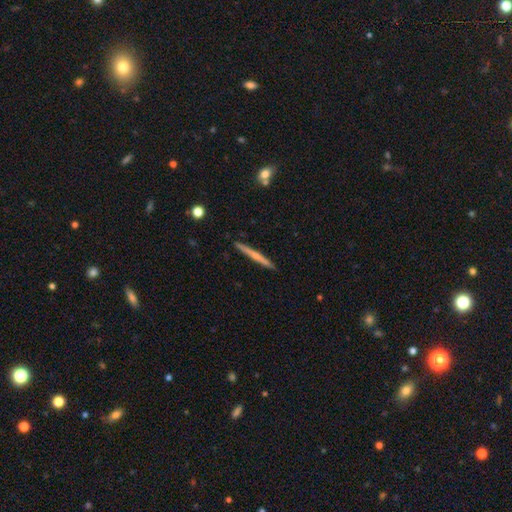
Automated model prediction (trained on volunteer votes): Morphology: type=featured or disk (53%); edge-on=yes (98%); edge-on bulge=none (51%); merging=none (91%).